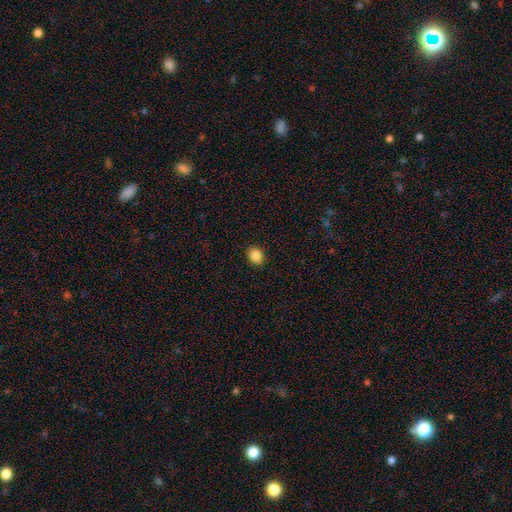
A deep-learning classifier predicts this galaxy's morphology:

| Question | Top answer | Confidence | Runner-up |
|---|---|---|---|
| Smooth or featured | smooth | 87% | star or artifact (9%) |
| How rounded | in between | 52% | round (47%) |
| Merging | none | 91% | minor disturbance (6%) |